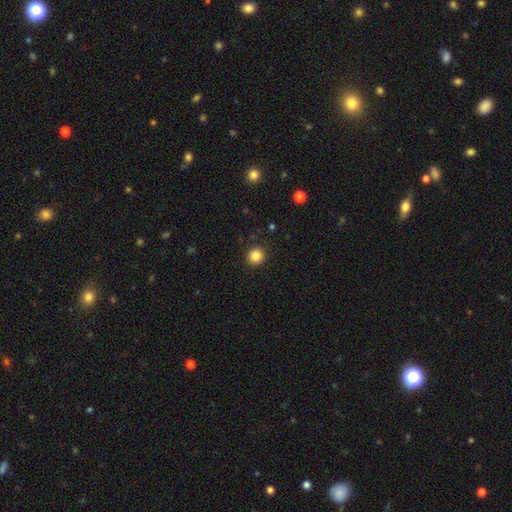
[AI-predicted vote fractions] smooth_or_featured: smooth (p=0.85) [alt: star or artifact p=0.11]
how_rounded: round (p=0.92) [alt: in between p=0.07]
merging: none (p=0.91) [alt: minor disturbance p=0.06]